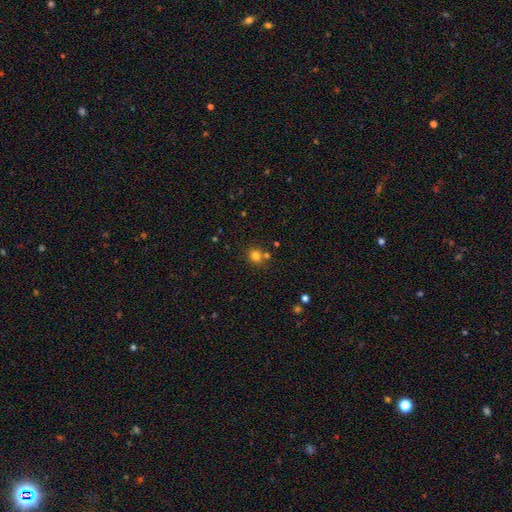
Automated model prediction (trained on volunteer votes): This appears to be a smooth galaxy with no disk features (79%) that is round (84%). Merging: none (69%).